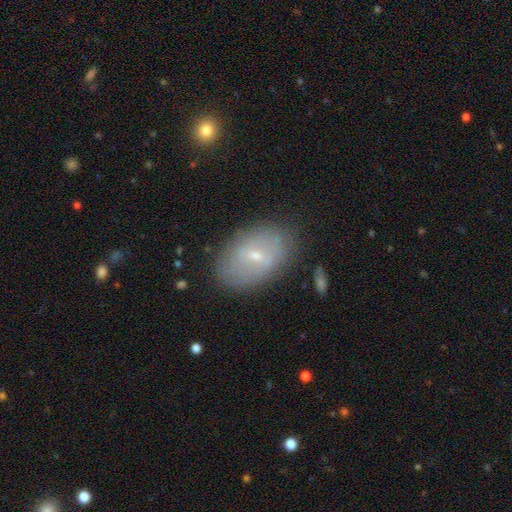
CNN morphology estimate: A featured or disk galaxy (48%).

Vote fractions:
- Smooth or featured? featured or disk: 48% / smooth: 43% / star or artifact: 9%
- Merging? none: 78% / minor disturbance: 15% / major disturbance: 5% / merger: 2%